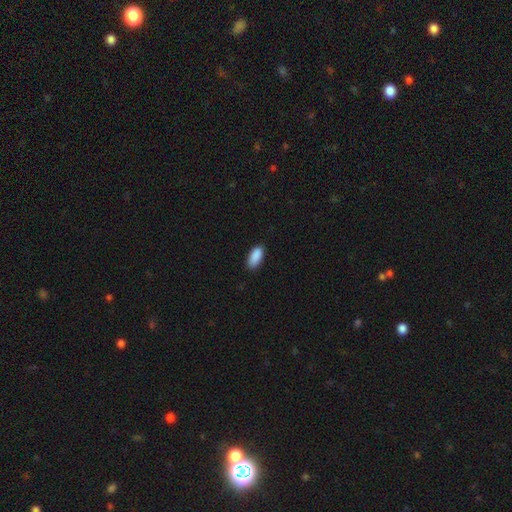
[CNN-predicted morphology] Smooth or featured? smooth (90%)
How rounded? in between (88%)
Merging? none (83%)